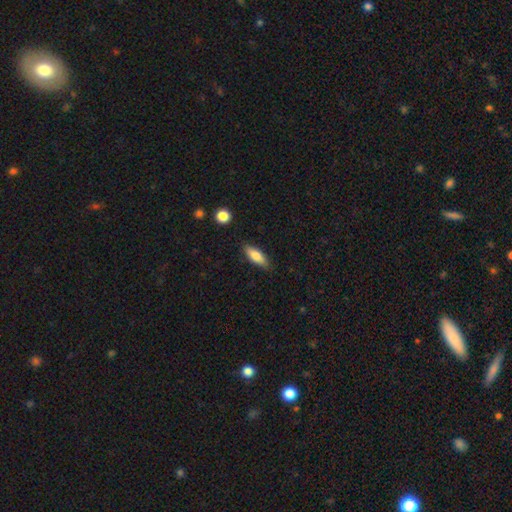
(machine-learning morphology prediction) Smooth or featured? Predicted: smooth (p=0.77). How rounded? Predicted: in between (p=0.64). Merging? Predicted: none (p=0.85).